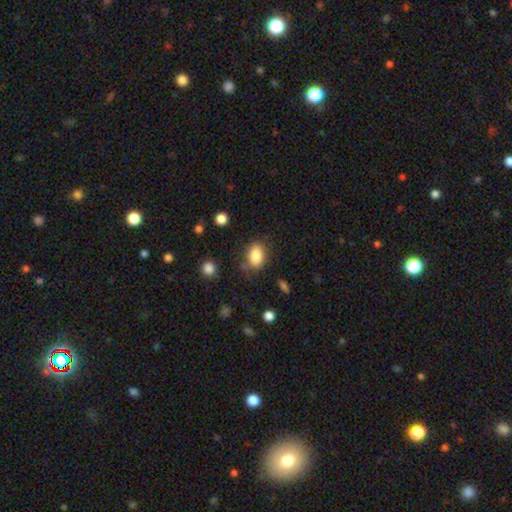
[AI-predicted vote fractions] Smooth or featured?
  - smooth: 85% *
  - star or artifact: 8%
  - featured or disk: 7%
How rounded?
  - in between: 81% *
  - round: 17%
  - cigar-shaped: 1%
Merging?
  - none: 78% *
  - minor disturbance: 14%
  - major disturbance: 4%
  - merger: 4%